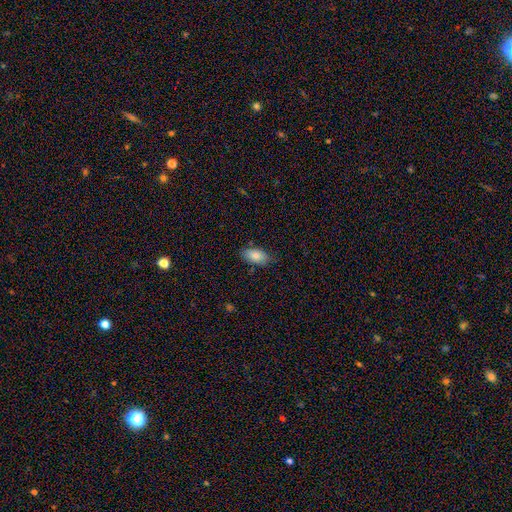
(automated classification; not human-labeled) A smooth galaxy with no disk features (84%) that is in between round and cigar-shaped (93%).

Vote fractions:
- Smooth or featured? smooth: 84% / featured or disk: 9% / star or artifact: 7%
- How rounded? in between: 93% / round: 3% / cigar-shaped: 3%
- Merging? none: 78% / minor disturbance: 17% / major disturbance: 3% / merger: 1%